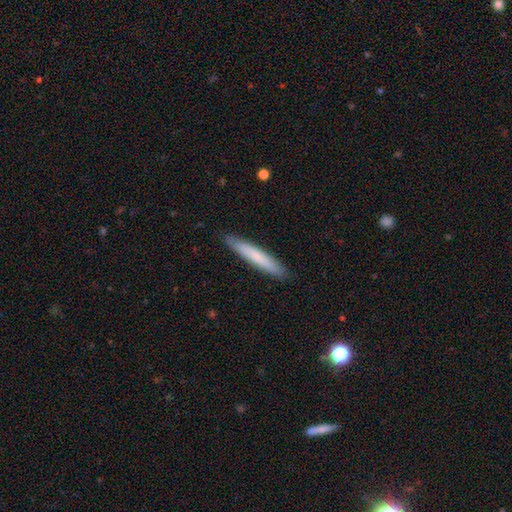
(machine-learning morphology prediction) smooth-or-featured: smooth: 70% | featured or disk: 25% | star or artifact: 5%
  how-rounded: cigar-shaped: 95% | in between: 4% | round: 1%
  merging: none: 90% | minor disturbance: 7% | major disturbance: 1% | merger: 1%